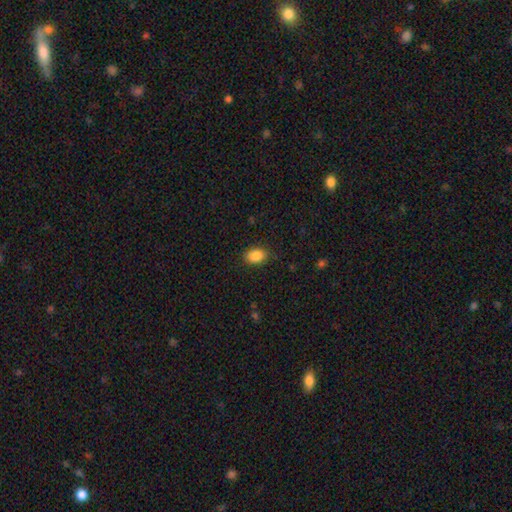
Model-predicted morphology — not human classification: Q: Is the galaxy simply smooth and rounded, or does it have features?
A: smooth — 88%.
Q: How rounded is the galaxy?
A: in between — 82%.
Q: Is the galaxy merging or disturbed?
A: none — 85%.